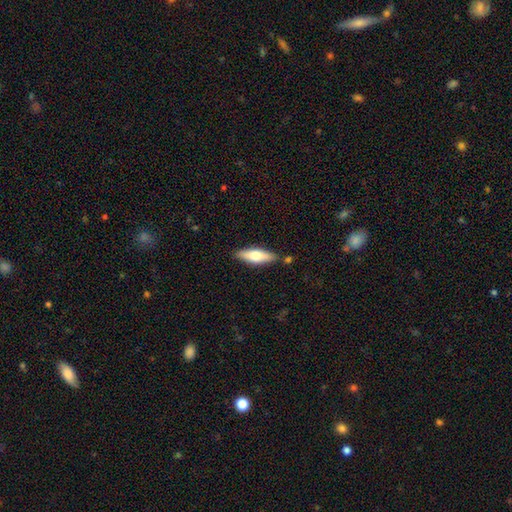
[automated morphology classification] The model was most divided on "how rounded": cigar-shaped: 51%, in between: 47%, round: 2%. More confident: merging — none (82%); smooth or featured — smooth (57%).